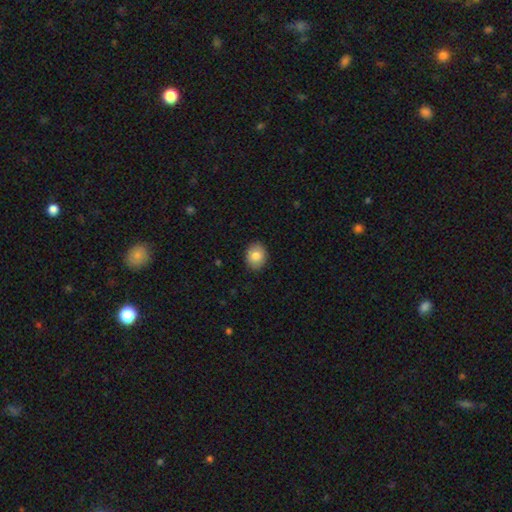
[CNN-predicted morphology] This appears to be a smooth galaxy with no disk features (83%) that is round (53%). Merging: none (89%).